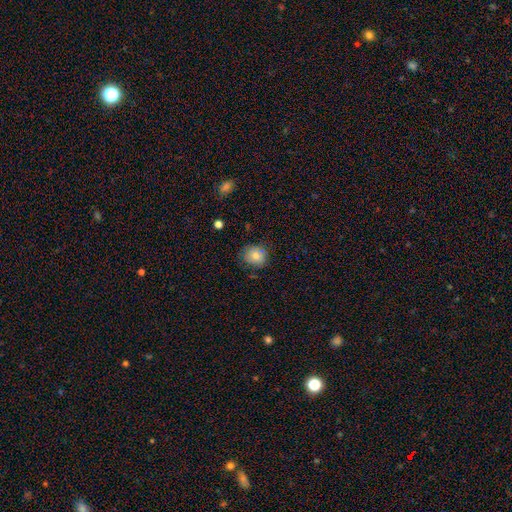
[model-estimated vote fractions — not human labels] smooth-or-featured: smooth: 78% | featured or disk: 12% | star or artifact: 10%
  how-rounded: round: 71% | in between: 28% | cigar-shaped: 1%
  merging: none: 74% | minor disturbance: 19% | major disturbance: 4% | merger: 2%